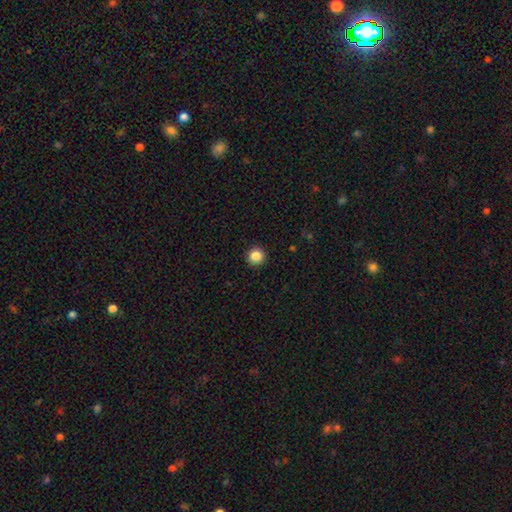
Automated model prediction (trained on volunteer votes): smooth_or_featured: smooth (p=0.86) [alt: star or artifact p=0.10]
how_rounded: round (p=0.94) [alt: in between p=0.05]
merging: none (p=0.93) [alt: minor disturbance p=0.05]